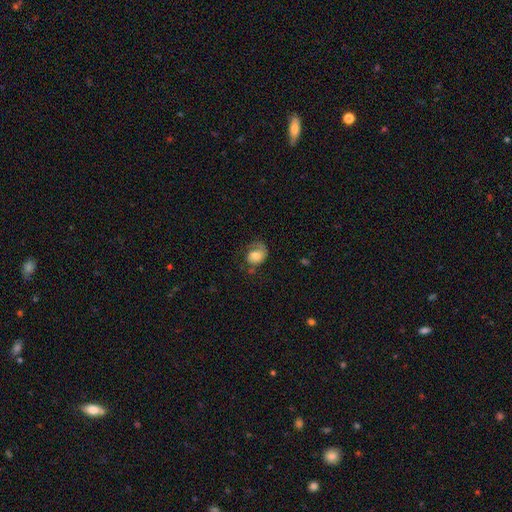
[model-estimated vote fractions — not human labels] The model was most divided on "merging": none: 38%, major disturbance: 34%, minor disturbance: 25%, merger: 3%. More confident: how rounded — in between (59%); smooth or featured — smooth (51%).